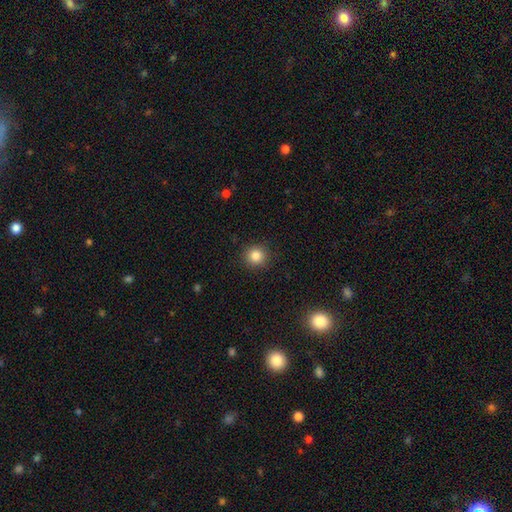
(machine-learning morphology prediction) smooth_or_featured: smooth (p=0.84) [alt: star or artifact p=0.11]
how_rounded: round (p=0.92) [alt: in between p=0.07]
merging: none (p=0.91) [alt: minor disturbance p=0.06]